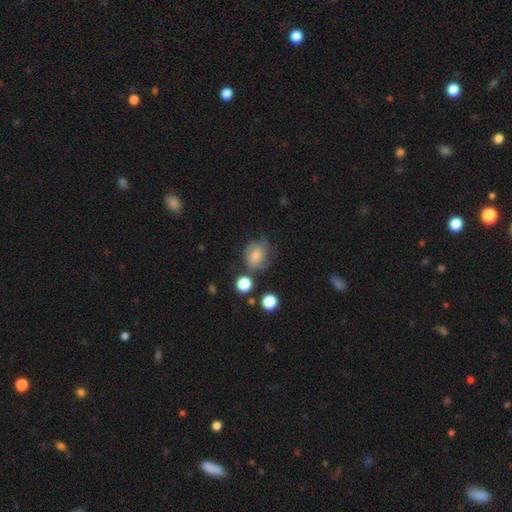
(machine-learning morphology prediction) Overall: smooth (53%; featured or disk 36%). How rounded: round (54%; in between 45%). Merging: none (51%; minor disturbance 26%).